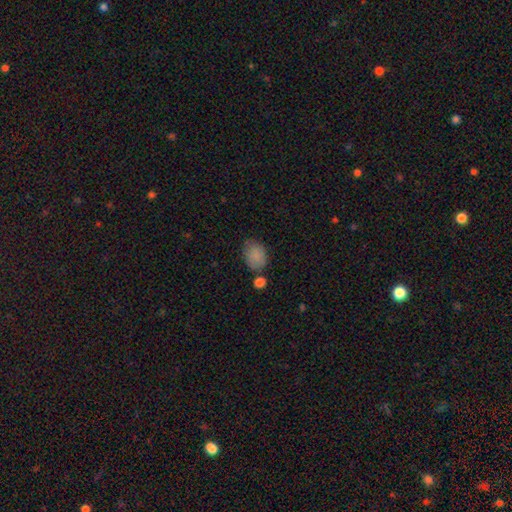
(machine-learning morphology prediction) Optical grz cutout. It shows a smooth galaxy with no disk features (86%) that is in between round and cigar-shaped (74%). Merging: none (65%).